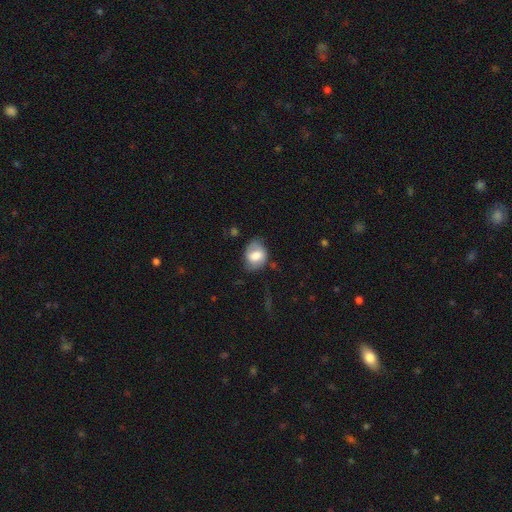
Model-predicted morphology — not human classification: Smooth or featured: smooth — 70% (featured or disk — 23%)
How rounded: in between — 63% (round — 36%)
Merging: none — 59% (minor disturbance — 28%)